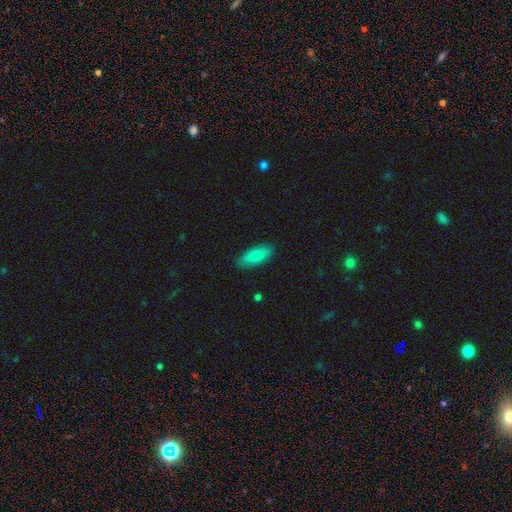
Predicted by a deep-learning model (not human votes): Smooth or featured? smooth (82%)
How rounded? in between (79%)
Merging? none (86%)